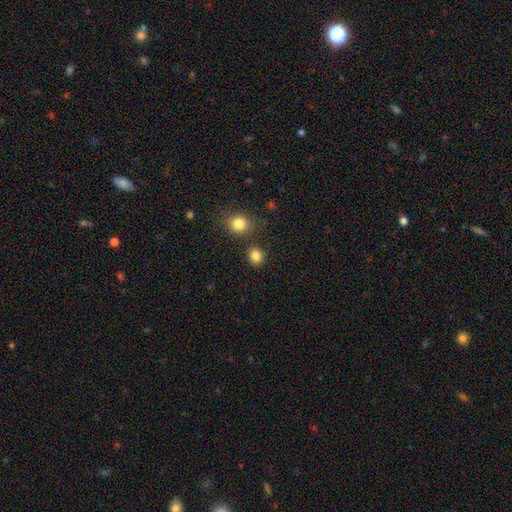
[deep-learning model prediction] smooth-or-featured: smooth: 83% | star or artifact: 12% | featured or disk: 5%
  how-rounded: round: 77% | in between: 22% | cigar-shaped: 1%
  merging: none: 82% | minor disturbance: 8% | merger: 8% | major disturbance: 2%